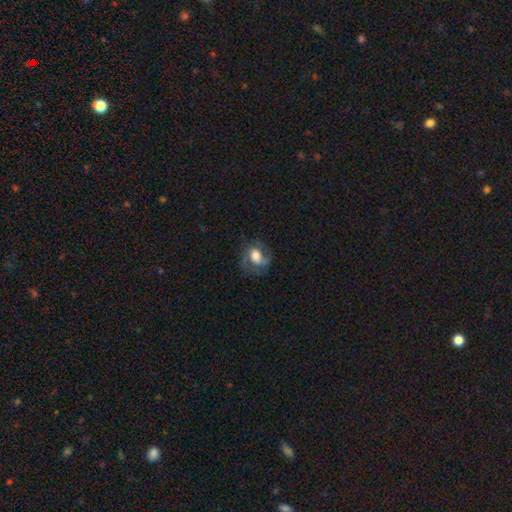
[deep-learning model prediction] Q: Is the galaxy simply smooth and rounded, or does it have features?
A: featured or disk — 63%.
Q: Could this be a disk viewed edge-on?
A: no — 96%.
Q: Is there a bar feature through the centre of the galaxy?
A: no — 52%.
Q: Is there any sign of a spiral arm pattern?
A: yes — 85%.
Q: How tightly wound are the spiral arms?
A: medium — 49%.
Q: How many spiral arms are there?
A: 2 — 75%.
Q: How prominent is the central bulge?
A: large — 43%.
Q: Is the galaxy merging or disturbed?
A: none — 63%.